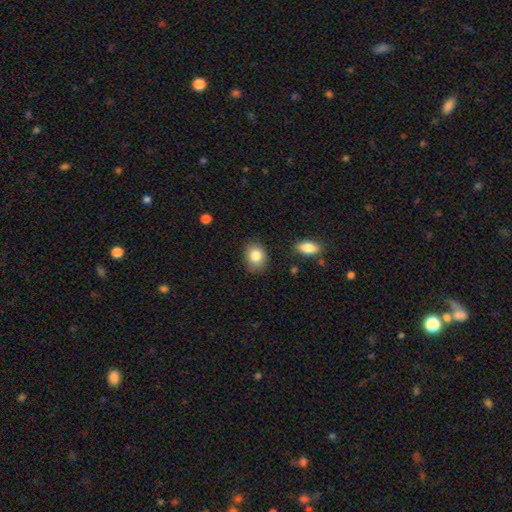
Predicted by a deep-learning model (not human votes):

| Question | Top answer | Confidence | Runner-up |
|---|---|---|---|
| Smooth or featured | smooth | 83% | featured or disk (9%) |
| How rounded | in between | 64% | round (35%) |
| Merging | none | 82% | minor disturbance (13%) |